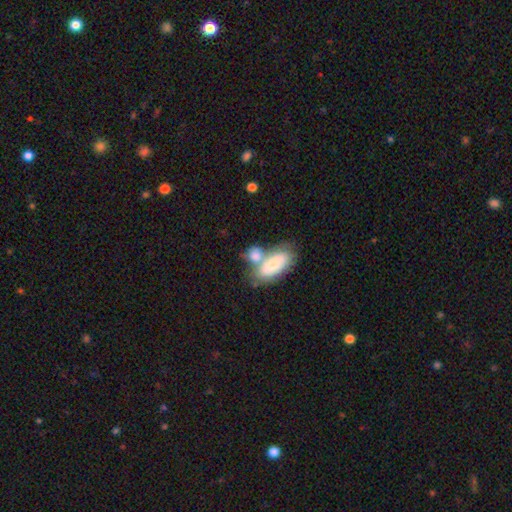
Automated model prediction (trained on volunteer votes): This is likely a smooth galaxy (66%). How rounded: likely in between (77%). Merging: possibly merger (55%).